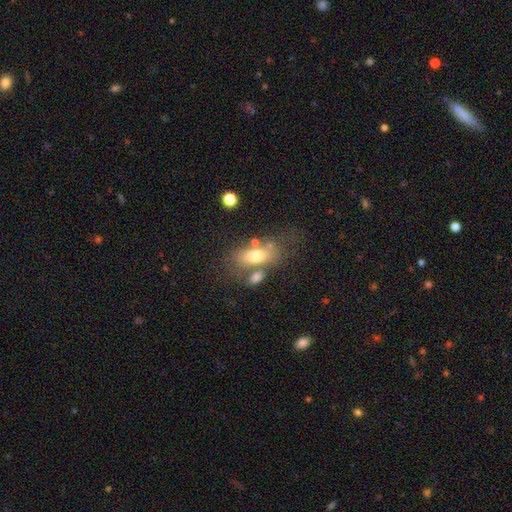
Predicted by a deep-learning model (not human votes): Q: Smooth or featured?
A: smooth (64%); runner-up: featured or disk (26%)
Q: How rounded?
A: in between (80%); runner-up: cigar-shaped (13%)
Q: Merging?
A: none (43%); runner-up: merger (27%)